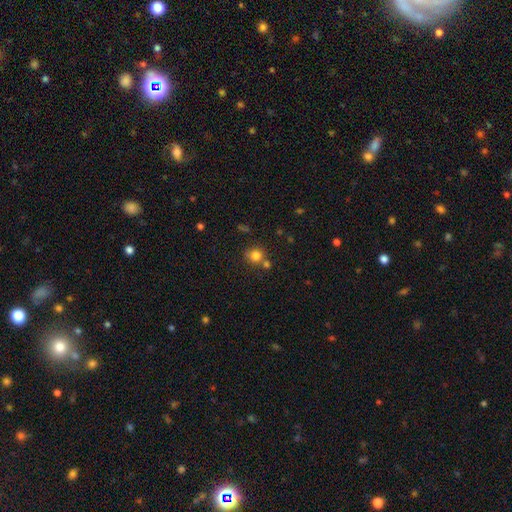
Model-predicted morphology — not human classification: Smooth or featured? Predicted: smooth (p=0.80). How rounded? Predicted: round (p=0.88). Merging? Predicted: none (p=0.65).